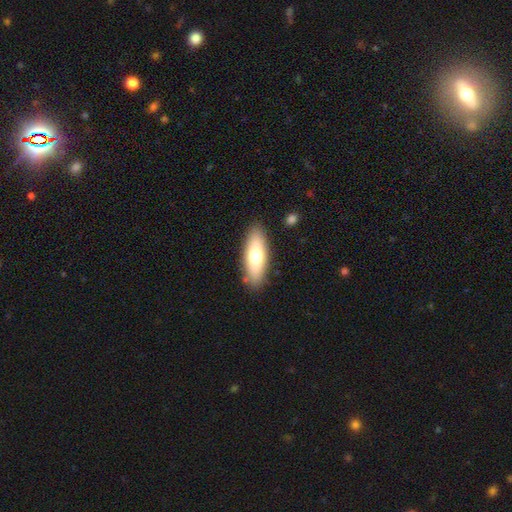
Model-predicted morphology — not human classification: Overall: smooth (65%; featured or disk 29%). How rounded: in between (61%; cigar-shaped 37%). Merging: none (89%).